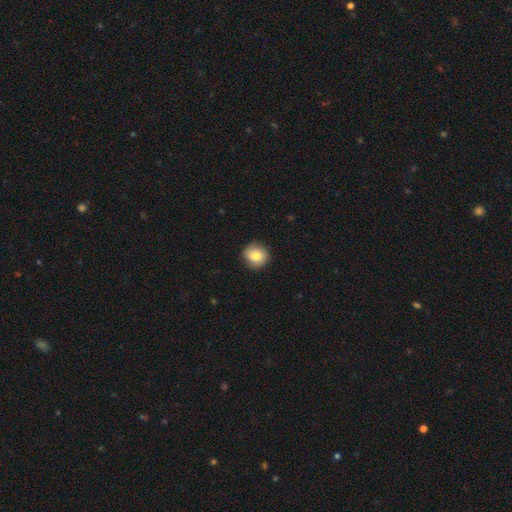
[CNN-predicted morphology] smooth-or-featured: smooth: 82% | featured or disk: 10% | star or artifact: 8%
  how-rounded: round: 87% | in between: 12% | cigar-shaped: 1%
  merging: none: 87% | minor disturbance: 10% | major disturbance: 2% | merger: 1%